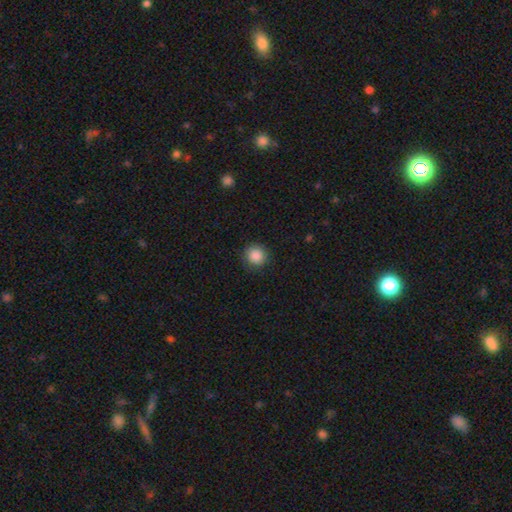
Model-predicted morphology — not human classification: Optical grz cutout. It shows a smooth galaxy with no disk features (88%) that is round (94%). Merging: none (89%).